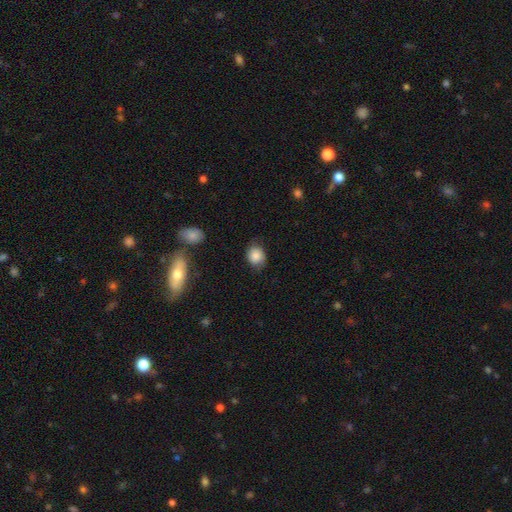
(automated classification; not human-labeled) Smooth or featured?
  - smooth: 80% *
  - featured or disk: 11%
  - star or artifact: 9%
How rounded?
  - round: 58% *
  - in between: 41%
  - cigar-shaped: 1%
Merging?
  - none: 72% *
  - minor disturbance: 21%
  - major disturbance: 5%
  - merger: 2%